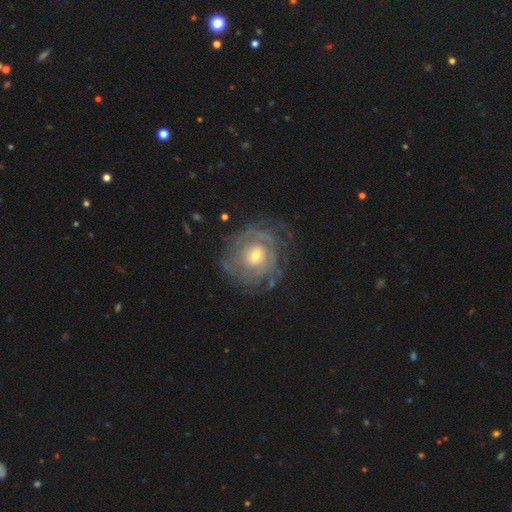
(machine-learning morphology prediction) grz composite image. It shows a featured or disk galaxy (77%) with no bar (65%), tight (72%) spiral arms (81%) and a moderate central bulge (49%). Merging: none (71%).